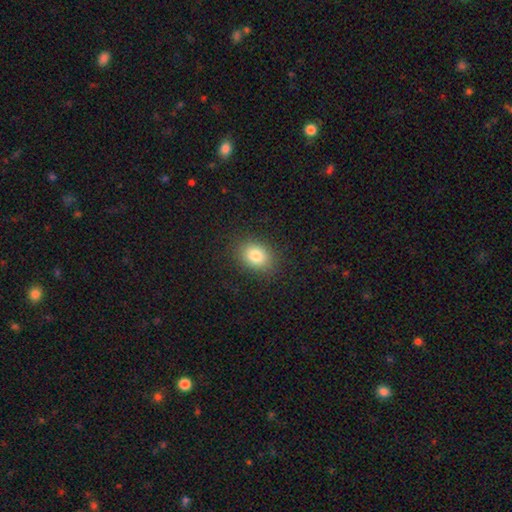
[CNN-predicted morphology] type=smooth (81%); roundness=in between (57%); merging=none (86%).